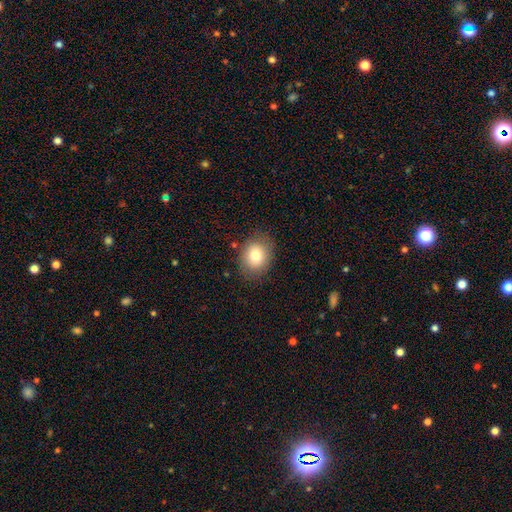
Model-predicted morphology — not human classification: Q: Smooth or featured?
A: smooth (80%); runner-up: featured or disk (11%)
Q: How rounded?
A: in between (51%); runner-up: round (48%)
Q: Merging?
A: none (82%); runner-up: minor disturbance (12%)